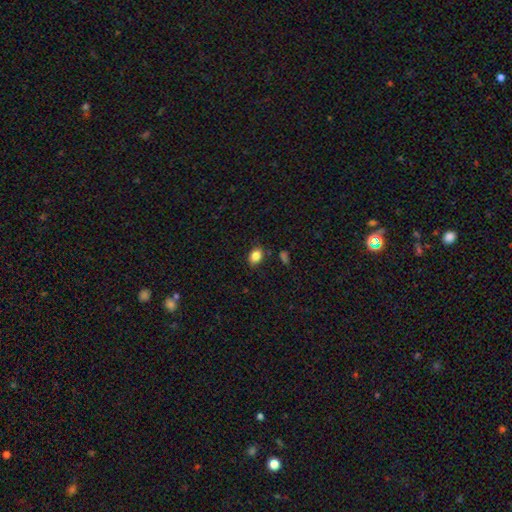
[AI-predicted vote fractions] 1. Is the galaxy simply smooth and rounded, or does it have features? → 84% smooth, 10% star or artifact, 7% featured or disk.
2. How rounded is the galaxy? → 72% in between, 27% round, 1% cigar-shaped.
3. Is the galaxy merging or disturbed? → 82% none, 13% minor disturbance, 3% major disturbance, 2% merger.